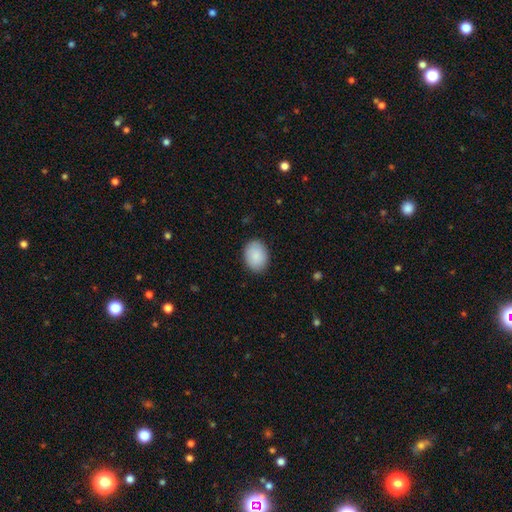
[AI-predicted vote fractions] smooth_or_featured: smooth (p=0.89) [alt: star or artifact p=0.06]
how_rounded: in between (p=0.70) [alt: round p=0.29]
merging: none (p=0.88) [alt: minor disturbance p=0.09]